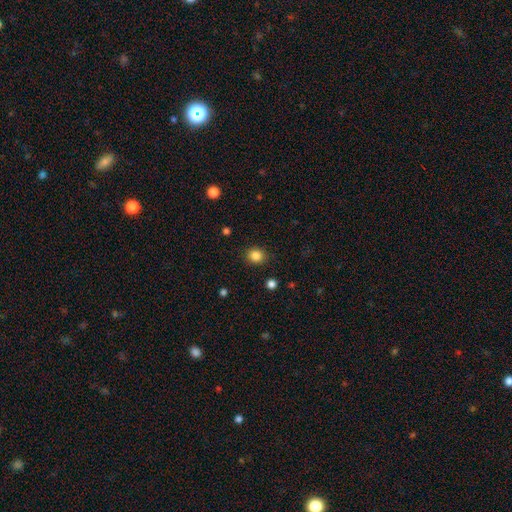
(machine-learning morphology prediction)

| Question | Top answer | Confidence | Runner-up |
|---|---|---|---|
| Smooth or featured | smooth | 85% | star or artifact (11%) |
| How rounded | round | 83% | in between (17%) |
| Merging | none | 90% | minor disturbance (7%) |